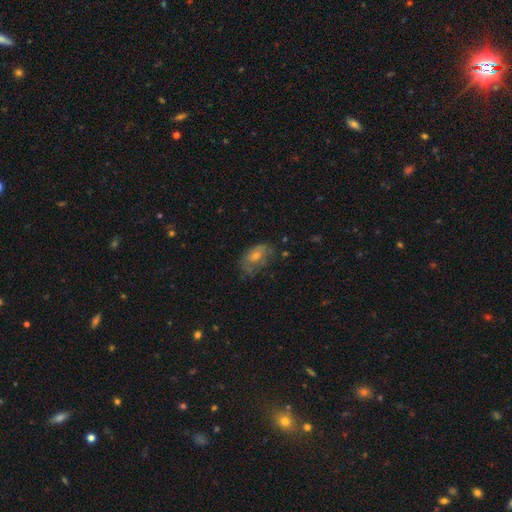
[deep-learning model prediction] This is possibly a smooth galaxy (49%). Merging: possibly none (55%).